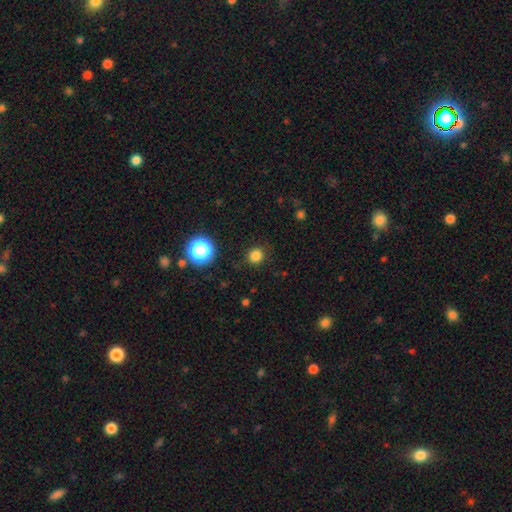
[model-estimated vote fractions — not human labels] This appears to be a smooth galaxy with no disk features (81%) that is round (91%). Merging: none (89%).